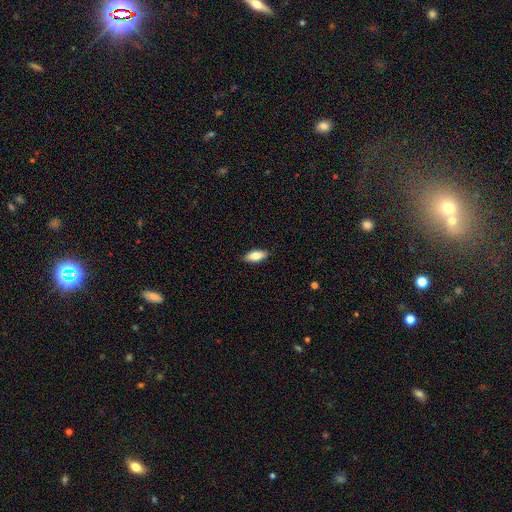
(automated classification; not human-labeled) Q: Smooth or featured?
A: smooth (78%); runner-up: featured or disk (16%)
Q: How rounded?
A: in between (80%); runner-up: cigar-shaped (17%)
Q: Merging?
A: none (87%); runner-up: minor disturbance (10%)